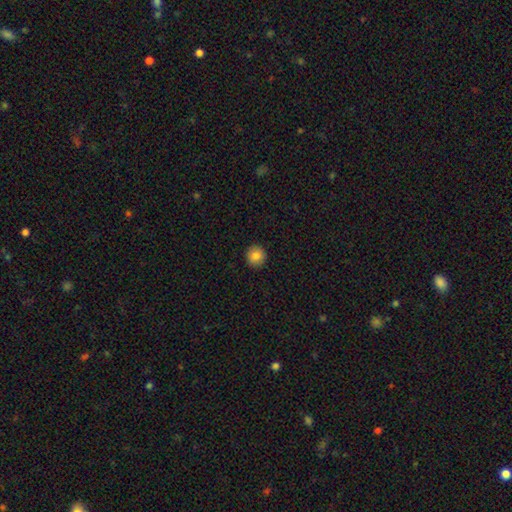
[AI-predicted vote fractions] Smooth or featured?
  - smooth: 84% *
  - star or artifact: 9%
  - featured or disk: 7%
How rounded?
  - round: 94% *
  - in between: 5%
  - cigar-shaped: 1%
Merging?
  - none: 93% *
  - minor disturbance: 5%
  - major disturbance: 1%
  - merger: 1%